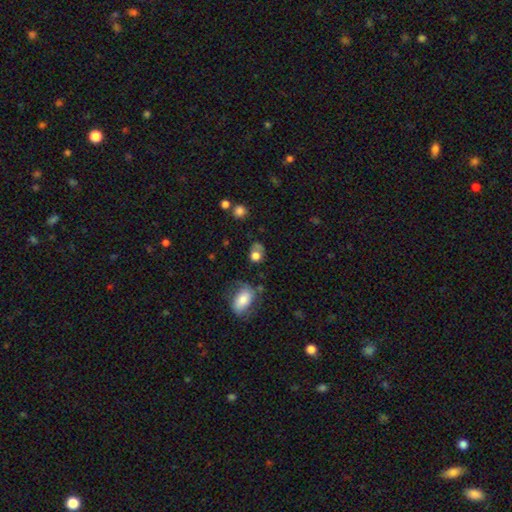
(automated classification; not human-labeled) Smooth or featured? smooth (73%)
How rounded? round (53%)
Merging? none (46%)